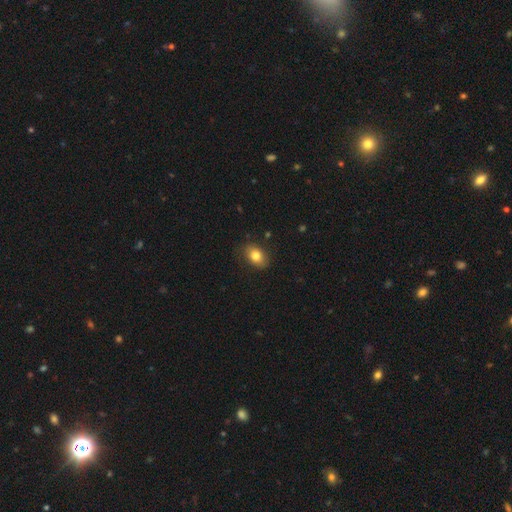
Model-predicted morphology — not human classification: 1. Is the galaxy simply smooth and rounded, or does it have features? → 81% smooth, 10% featured or disk, 9% star or artifact.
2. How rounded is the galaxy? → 77% in between, 21% round, 1% cigar-shaped.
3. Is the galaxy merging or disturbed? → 84% none, 12% minor disturbance, 3% major disturbance, 1% merger.